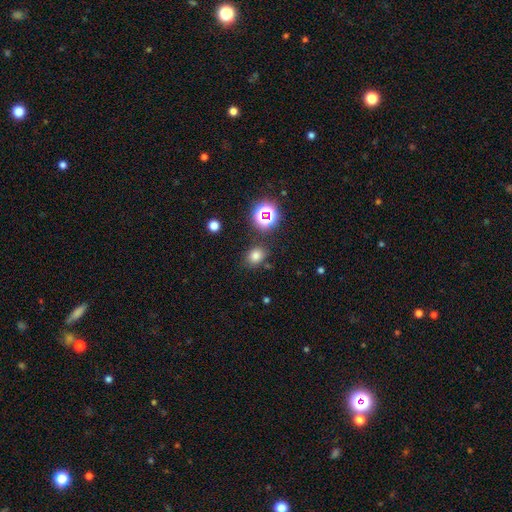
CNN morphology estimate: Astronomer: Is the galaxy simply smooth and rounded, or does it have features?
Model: smooth — 73%.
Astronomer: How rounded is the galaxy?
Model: round — 51% (runner-up: in between, 48%).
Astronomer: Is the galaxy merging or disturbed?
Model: none — 78%.